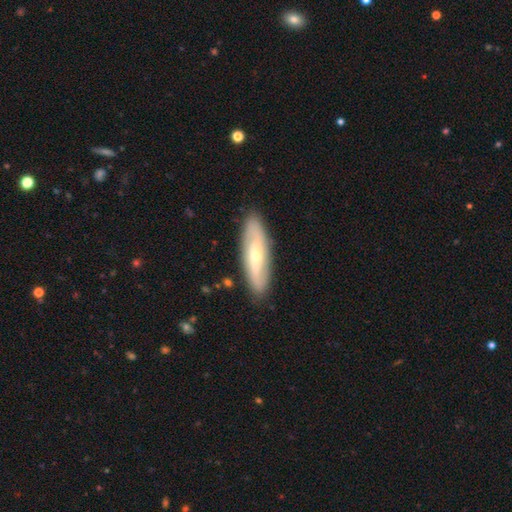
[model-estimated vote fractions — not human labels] smooth-or-featured: featured or disk: 57% | smooth: 37% | star or artifact: 6%
  disk-edge-on: no: 68% | yes: 32%
  merging: none: 87% | minor disturbance: 10% | major disturbance: 2% | merger: 1%